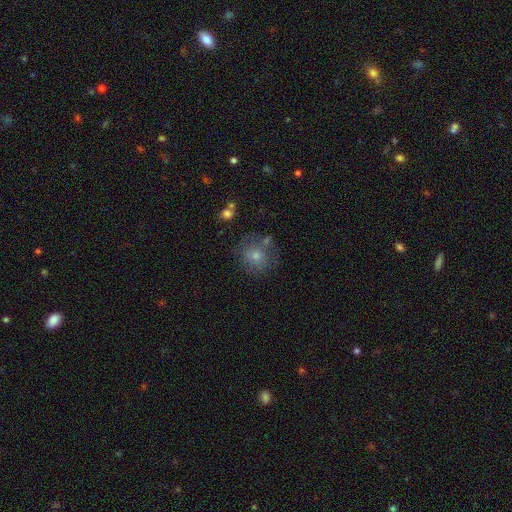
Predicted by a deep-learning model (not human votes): The model was most divided on "smooth or featured": smooth: 59%, featured or disk: 23%, star or artifact: 18%. More confident: how rounded — round (87%); merging — none (72%).